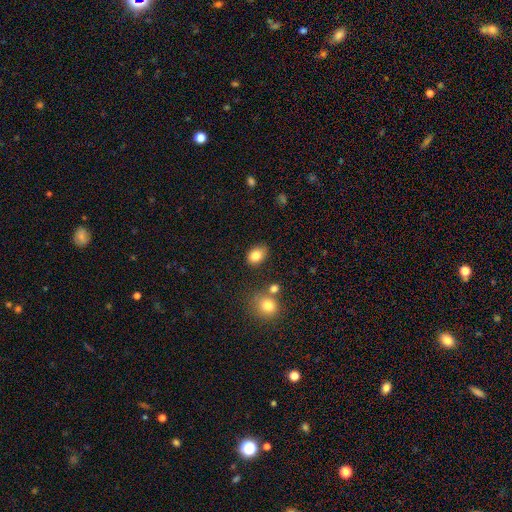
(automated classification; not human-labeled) A smooth galaxy with no disk features (84%) that is in between round and cigar-shaped (72%). Merging: none (75%).